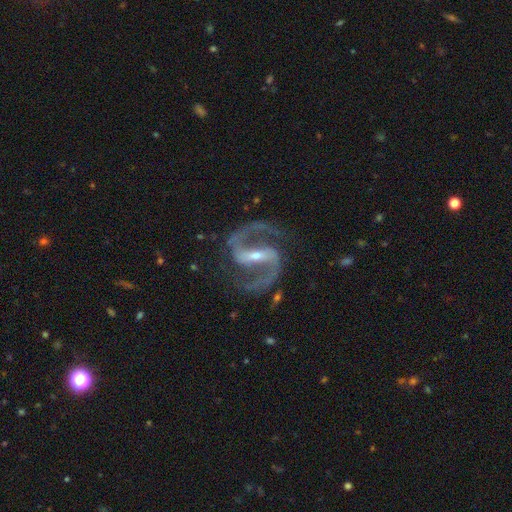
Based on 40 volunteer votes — Morphology: type=featured or disk (90%); edge-on=no (100%); bar=strong (72%); spiral arms=yes (97%); winding=medium (69%); arm count=2 (97%); bulge=small (56%); merging=none (78%).